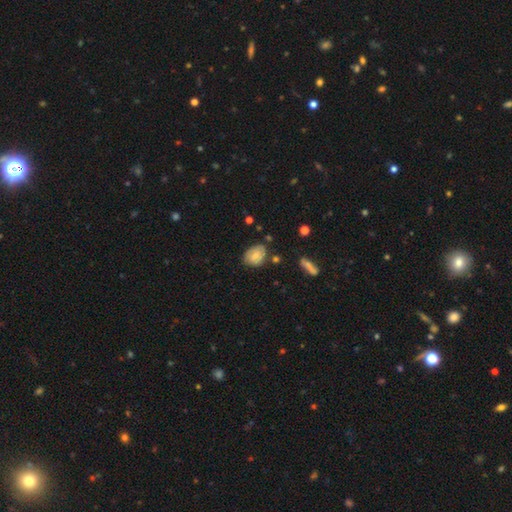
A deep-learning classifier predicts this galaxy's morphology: Smooth or featured: smooth — 61% (featured or disk — 31%)
How rounded: in between — 60% (round — 39%)
Merging: none — 61% (minor disturbance — 29%)